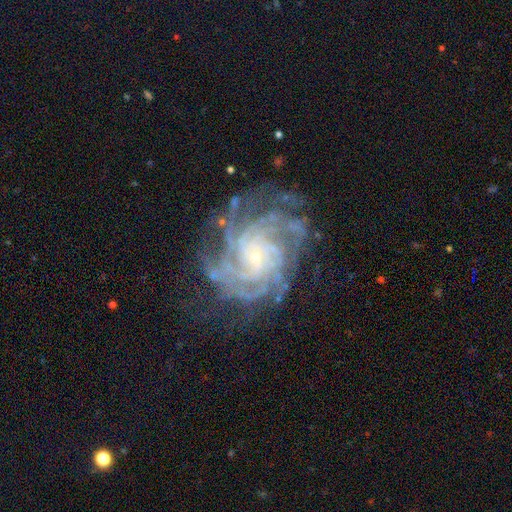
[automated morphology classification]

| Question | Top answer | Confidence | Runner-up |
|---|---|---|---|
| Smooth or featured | featured or disk | 90% | star or artifact (6%) |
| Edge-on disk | no | 98% | yes (2%) |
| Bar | no | 74% | weak (19%) |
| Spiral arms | yes | 98% | no (2%) |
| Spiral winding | tight | 71% | medium (24%) |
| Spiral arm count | more than 4 | 34% | 4 (27%) |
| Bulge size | small | 86% | moderate (9%) |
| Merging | none | 70% | minor disturbance (17%) |